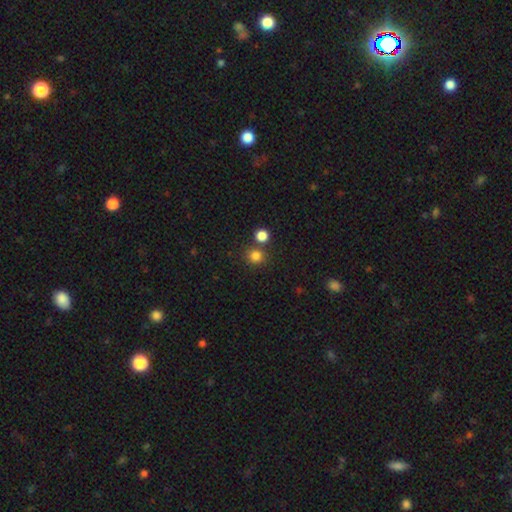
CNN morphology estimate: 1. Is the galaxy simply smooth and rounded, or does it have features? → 81% smooth, 14% star or artifact, 5% featured or disk.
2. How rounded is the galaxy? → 88% round, 11% in between, 1% cigar-shaped.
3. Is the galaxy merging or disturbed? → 72% none, 17% merger, 7% minor disturbance, 3% major disturbance.